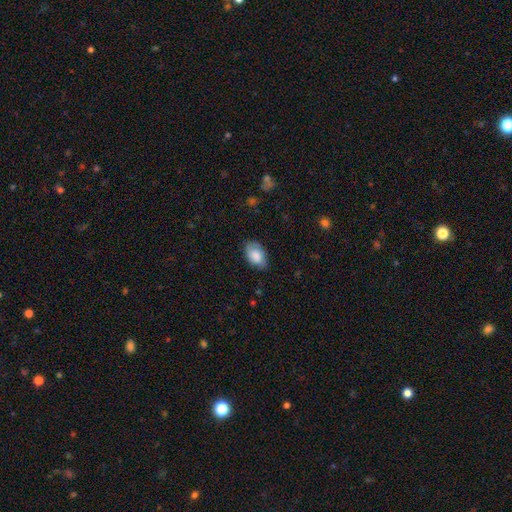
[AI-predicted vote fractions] smooth 82%, featured or disk 12%, star or artifact 6%. Down the decision tree: how rounded — in between (93%); merging — none (72%).